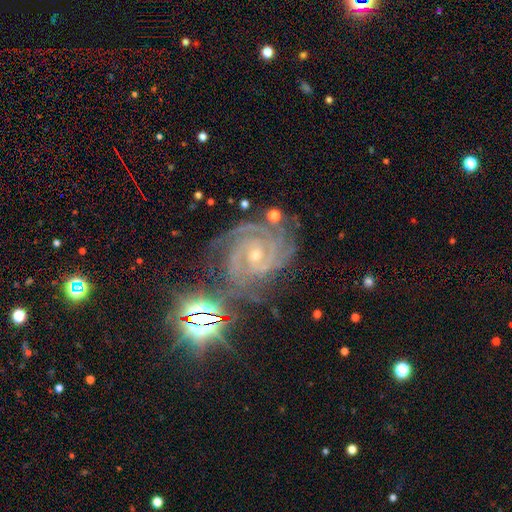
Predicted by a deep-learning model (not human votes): featured or disk 87%, star or artifact 10%, smooth 3%. Down the decision tree: edge-on disk — no (98%); bar — no (55%); spiral arms — yes (99%); spiral arm count — 3 (34%); spiral winding — tight (77%); bulge size — small (69%); merging — none (66%).